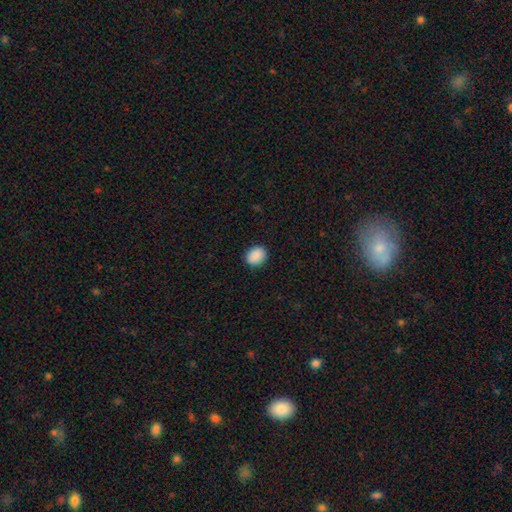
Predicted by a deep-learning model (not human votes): This is clearly a smooth galaxy (90%). How rounded: possibly round (51%). Merging: clearly none (89%).